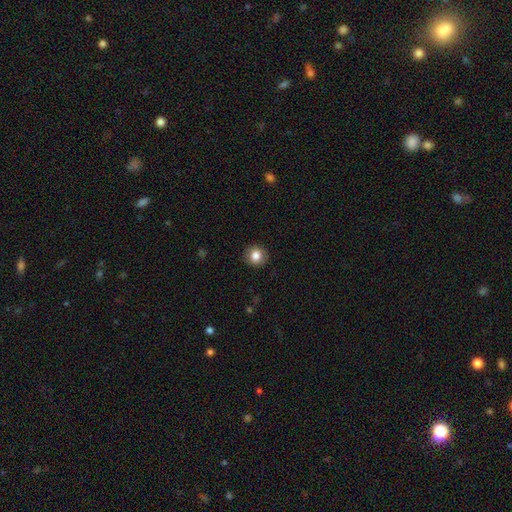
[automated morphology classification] Overall: smooth (83%). How rounded: round (91%). Merging: none (91%).